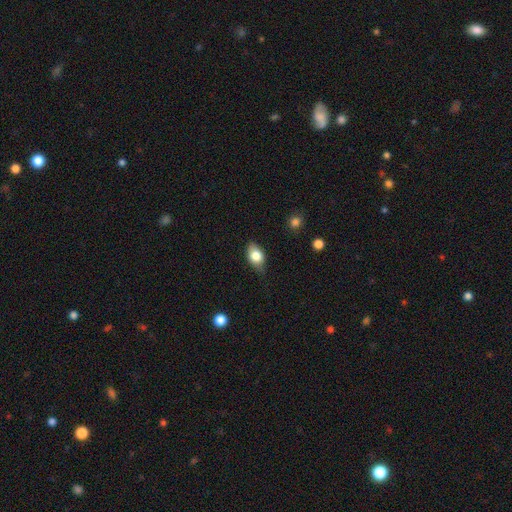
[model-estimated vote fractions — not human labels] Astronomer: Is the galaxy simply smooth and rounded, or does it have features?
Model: smooth — 77%.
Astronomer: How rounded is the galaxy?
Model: in between — 82%.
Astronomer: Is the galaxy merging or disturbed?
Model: none — 69%.